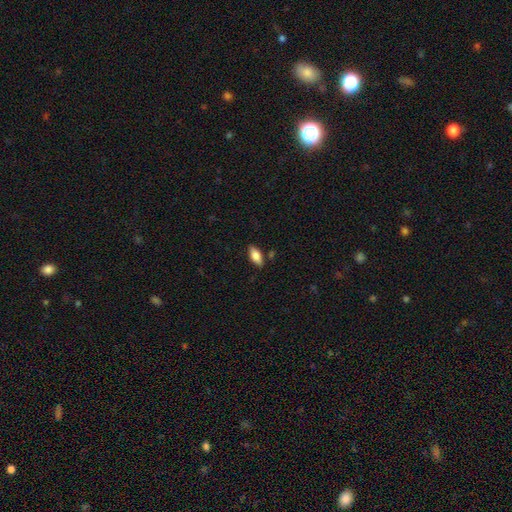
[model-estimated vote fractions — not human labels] A smooth galaxy with no disk features (78%) that is in between round and cigar-shaped (84%). Merging: none (84%).